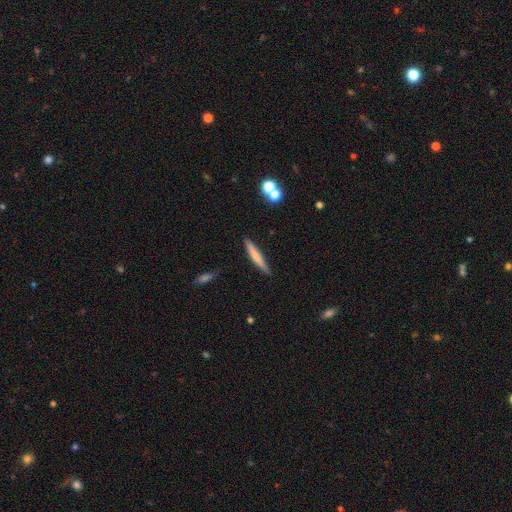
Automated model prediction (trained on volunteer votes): smooth-or-featured: smooth: 62% | featured or disk: 32% | star or artifact: 7%
  how-rounded: cigar-shaped: 94% | in between: 5% | round: 1%
  merging: none: 85% | minor disturbance: 11% | merger: 2% | major disturbance: 2%